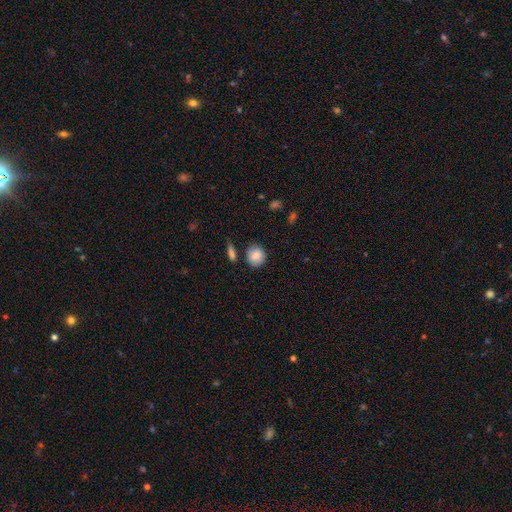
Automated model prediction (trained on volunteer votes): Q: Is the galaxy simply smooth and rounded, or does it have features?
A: smooth — 86%.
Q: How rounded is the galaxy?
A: round — 85%.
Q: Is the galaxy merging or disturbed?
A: none — 79%.